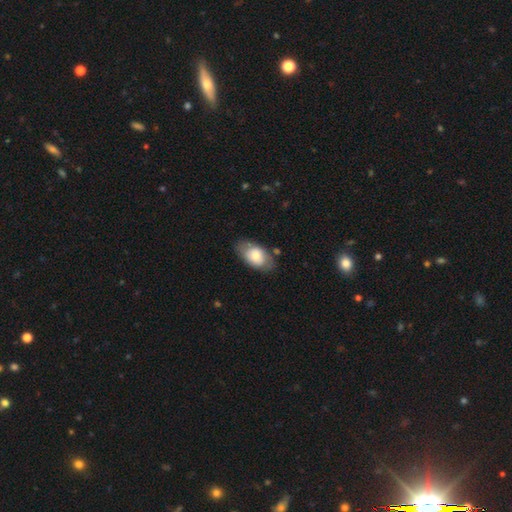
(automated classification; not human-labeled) Smooth or featured?
  - smooth: 69% *
  - featured or disk: 24%
  - star or artifact: 6%
How rounded?
  - in between: 90% *
  - round: 8%
  - cigar-shaped: 2%
Merging?
  - none: 75% *
  - minor disturbance: 17%
  - major disturbance: 5%
  - merger: 3%